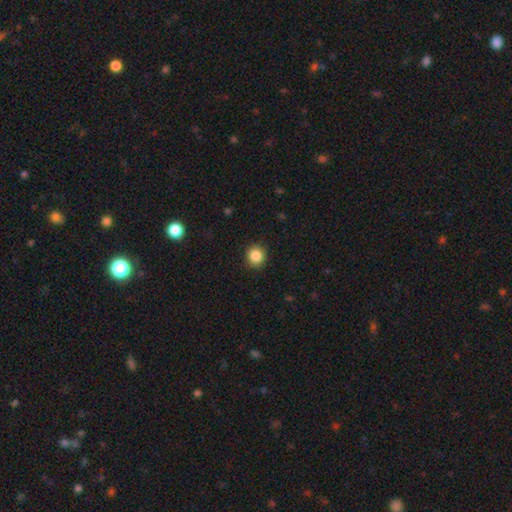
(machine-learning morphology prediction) Smooth or featured?
  - smooth: 85% *
  - star or artifact: 10%
  - featured or disk: 5%
How rounded?
  - round: 89% *
  - in between: 10%
  - cigar-shaped: 1%
Merging?
  - none: 91% *
  - minor disturbance: 7%
  - major disturbance: 2%
  - merger: 1%